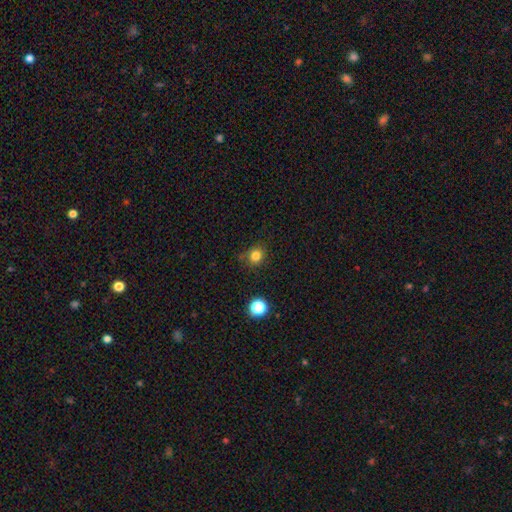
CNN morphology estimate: Smooth or featured? smooth (80%)
How rounded? round (80%)
Merging? none (75%)